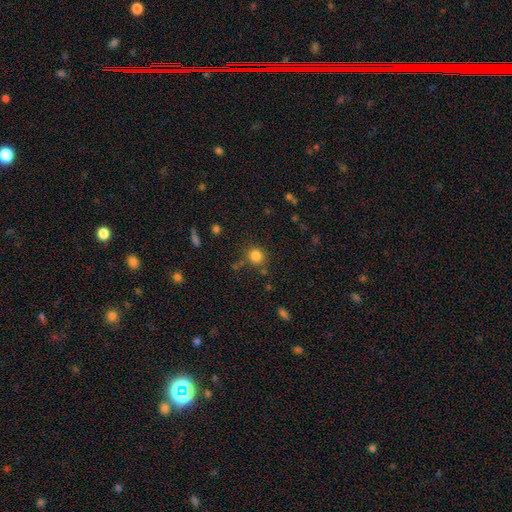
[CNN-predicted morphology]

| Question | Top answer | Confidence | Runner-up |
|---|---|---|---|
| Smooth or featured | smooth | 82% | star or artifact (13%) |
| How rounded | round | 89% | in between (10%) |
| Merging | none | 77% | minor disturbance (12%) |